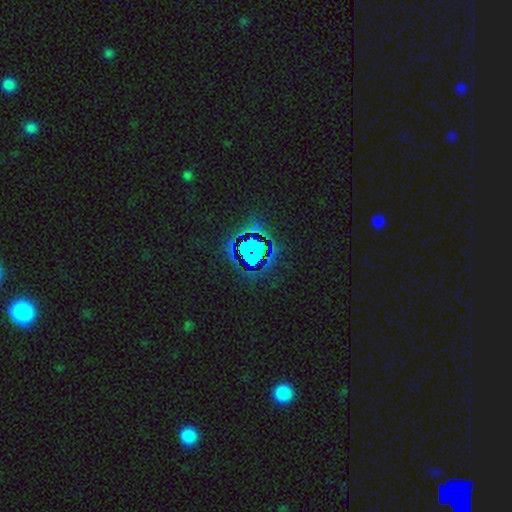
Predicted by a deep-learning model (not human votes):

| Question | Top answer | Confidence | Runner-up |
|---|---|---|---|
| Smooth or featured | star or artifact | 83% | smooth (10%) |